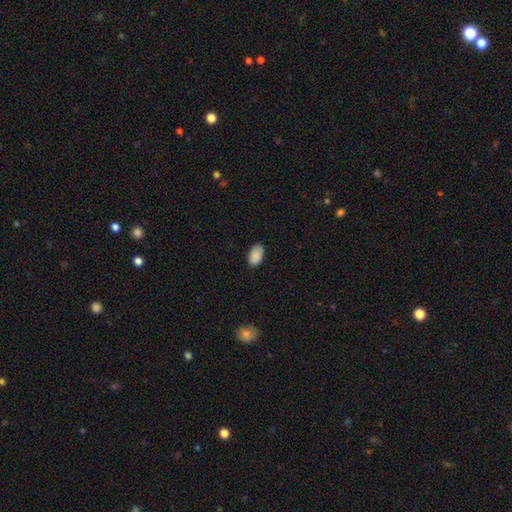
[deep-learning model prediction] Smooth or featured? smooth (89%)
How rounded? in between (93%)
Merging? none (85%)